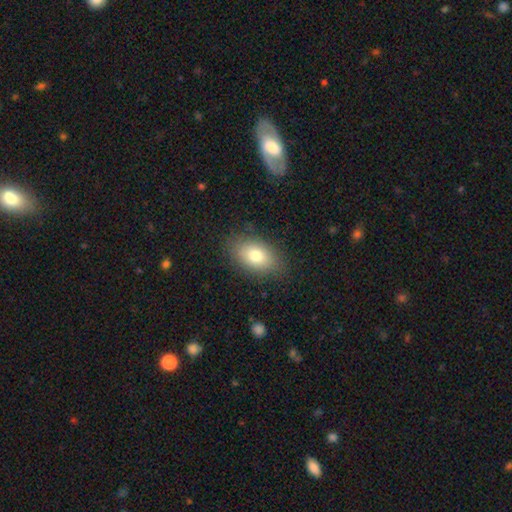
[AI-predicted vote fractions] This appears to be a smooth galaxy with no disk features (78%) that is in between round and cigar-shaped (89%). Merging: none (83%).